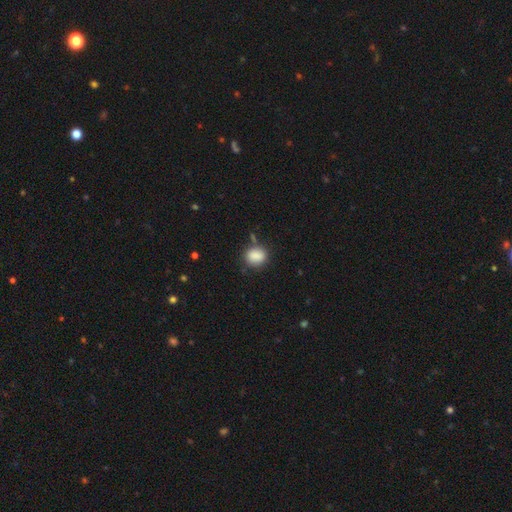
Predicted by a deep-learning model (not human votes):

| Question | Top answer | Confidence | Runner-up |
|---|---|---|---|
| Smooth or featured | smooth | 87% | star or artifact (8%) |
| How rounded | round | 57% | in between (42%) |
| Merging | none | 72% | minor disturbance (17%) |